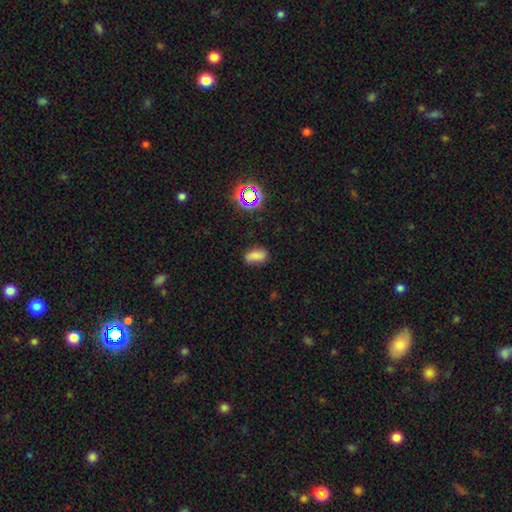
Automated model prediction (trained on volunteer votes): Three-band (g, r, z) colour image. It shows a smooth galaxy with no disk features (77%) that is in between round and cigar-shaped (82%). Merging: none (79%).